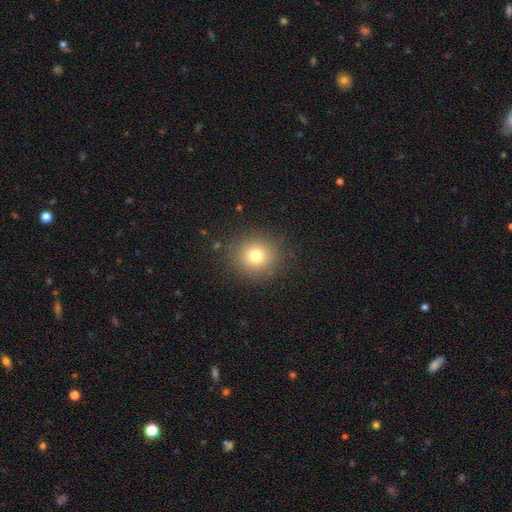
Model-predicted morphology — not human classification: Overall: smooth (77%). How rounded: round (91%). Merging: none (88%).